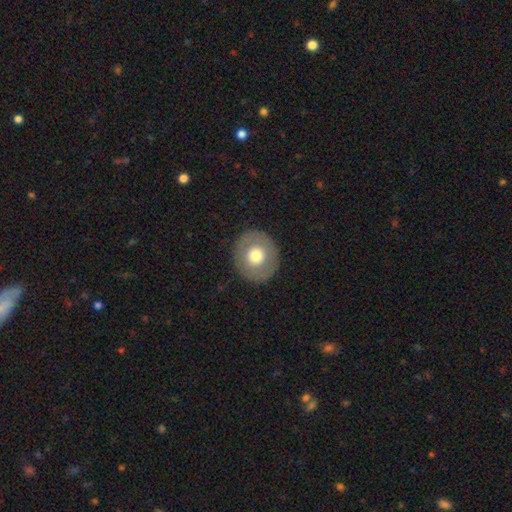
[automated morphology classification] The model was most divided on "smooth or featured": smooth: 62%, featured or disk: 31%, star or artifact: 7%. More confident: merging — none (89%); how rounded — round (84%).